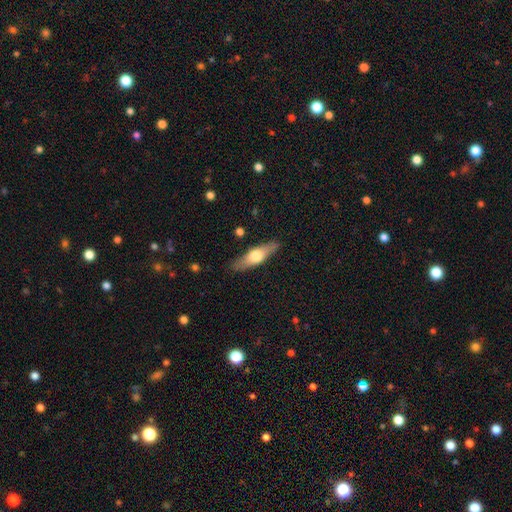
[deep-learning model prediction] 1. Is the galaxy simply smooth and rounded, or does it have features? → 49% smooth, 46% featured or disk, 5% star or artifact.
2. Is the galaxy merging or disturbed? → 86% none, 10% minor disturbance, 2% major disturbance, 1% merger.